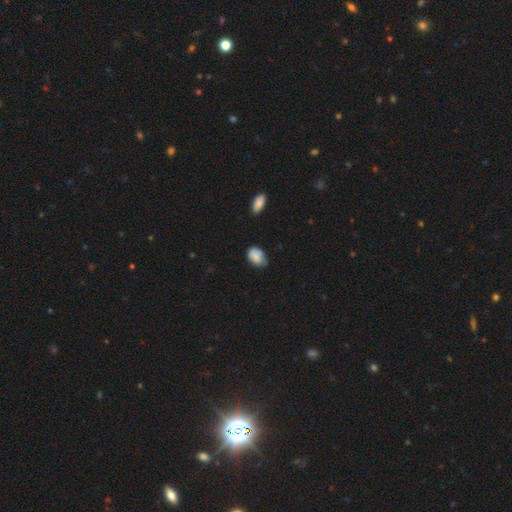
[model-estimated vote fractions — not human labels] Smooth or featured: smooth — 82% (featured or disk — 10%)
How rounded: in between — 85% (round — 14%)
Merging: none — 56% (minor disturbance — 35%)